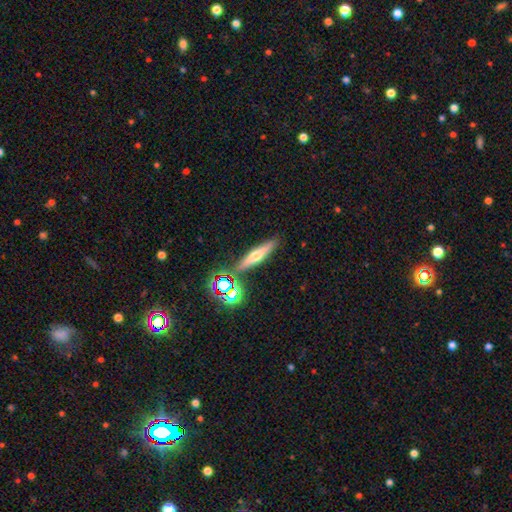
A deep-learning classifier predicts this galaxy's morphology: featured or disk 48%, smooth 38%, star or artifact 15%. Down the decision tree: merging — none (83%).